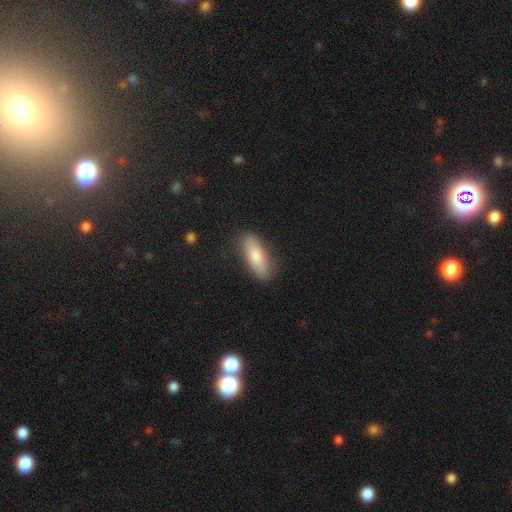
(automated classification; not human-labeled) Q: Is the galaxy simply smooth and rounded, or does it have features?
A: smooth — 76%.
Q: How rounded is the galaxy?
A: in between — 57%.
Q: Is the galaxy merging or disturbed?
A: none — 83%.